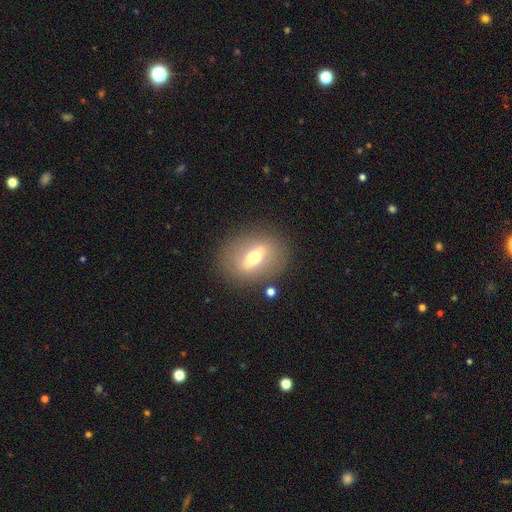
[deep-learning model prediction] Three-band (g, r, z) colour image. It shows a featured or disk galaxy (49%). Merging: none (85%).